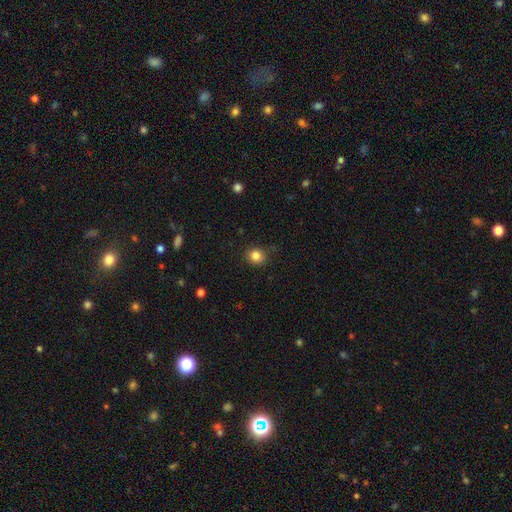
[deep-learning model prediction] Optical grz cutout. It shows a smooth galaxy with no disk features (84%) that is round (83%). Merging: none (87%).